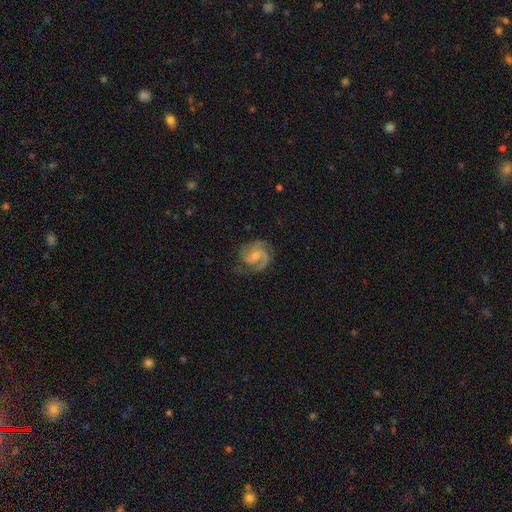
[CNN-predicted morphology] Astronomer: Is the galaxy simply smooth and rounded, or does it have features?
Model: featured or disk — 88%.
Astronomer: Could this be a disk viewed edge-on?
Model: no — 98%.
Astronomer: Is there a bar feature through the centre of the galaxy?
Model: no — 48% (runner-up: weak, 44%).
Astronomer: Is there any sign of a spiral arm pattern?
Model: yes — 98%.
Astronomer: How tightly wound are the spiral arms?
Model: medium — 55% (runner-up: tight, 32%).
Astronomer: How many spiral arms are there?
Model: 2 — 49% (runner-up: 3, 35%).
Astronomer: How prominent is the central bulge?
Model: small — 52% (runner-up: moderate, 36%).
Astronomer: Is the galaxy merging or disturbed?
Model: none — 73%.